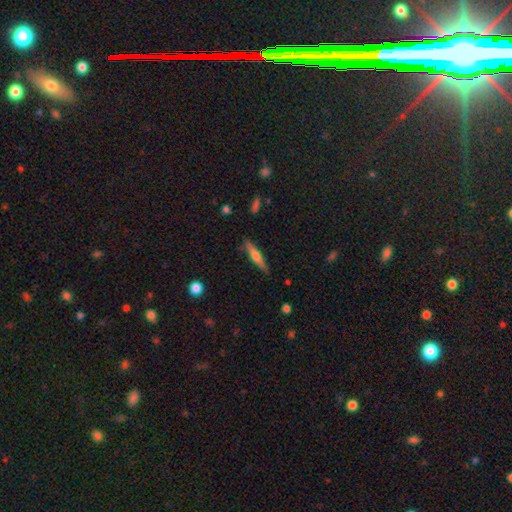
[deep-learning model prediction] Smooth or featured? Predicted: featured or disk (p=0.51). Edge-on disk? Predicted: yes (p=0.95). Merging? Predicted: none (p=0.86).